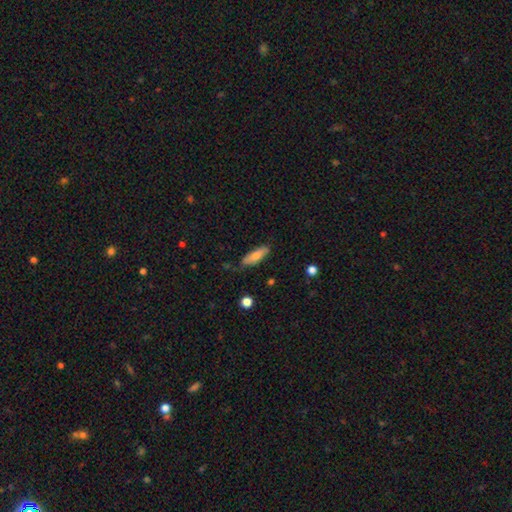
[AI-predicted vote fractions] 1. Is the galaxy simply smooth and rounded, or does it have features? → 70% smooth, 24% featured or disk, 6% star or artifact.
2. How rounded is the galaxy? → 51% cigar-shaped, 47% in between, 2% round.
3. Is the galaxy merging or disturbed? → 75% none, 20% minor disturbance, 4% major disturbance, 2% merger.